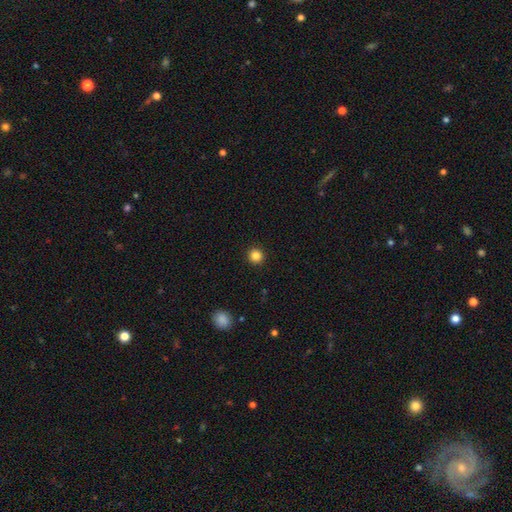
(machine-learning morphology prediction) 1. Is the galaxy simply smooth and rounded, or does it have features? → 85% smooth, 12% star or artifact, 4% featured or disk.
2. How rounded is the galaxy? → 95% round, 4% in between, 1% cigar-shaped.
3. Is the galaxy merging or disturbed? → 93% none, 4% minor disturbance, 2% major disturbance, 1% merger.